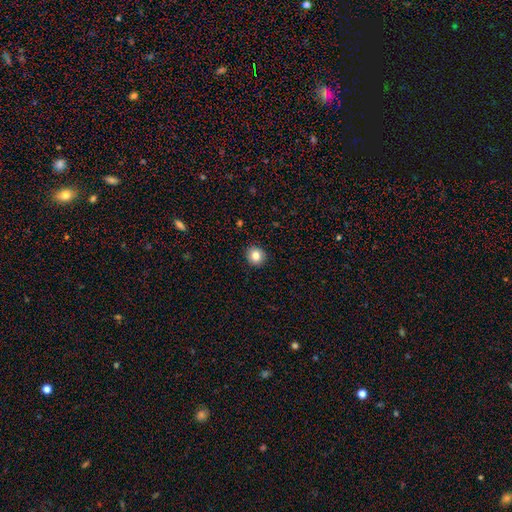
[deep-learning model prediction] The model was most divided on "smooth or featured": smooth: 83%, star or artifact: 10%, featured or disk: 7%. More confident: merging — none (92%); how rounded — round (88%).